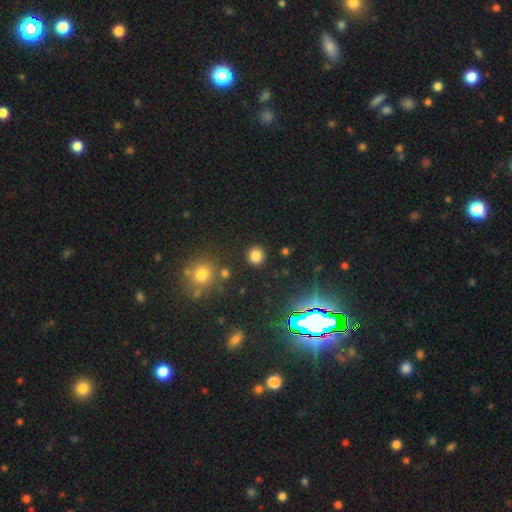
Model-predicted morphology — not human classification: This appears to be a smooth galaxy with no disk features (78%) that is round (87%). Merging: none (88%).